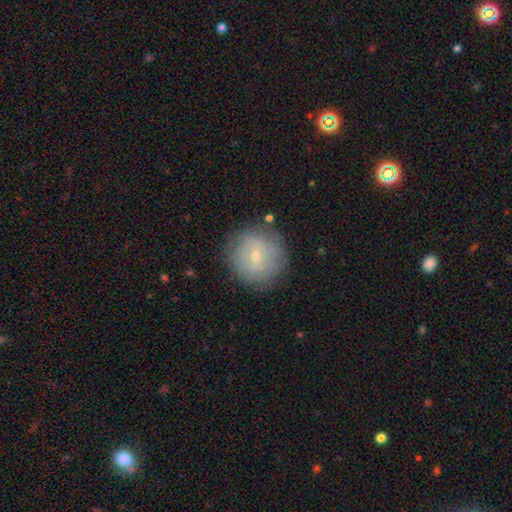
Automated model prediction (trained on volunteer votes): Smooth or featured: smooth — 53% (featured or disk — 37%)
How rounded: round — 93% (in between — 6%)
Merging: none — 83% (minor disturbance — 12%)